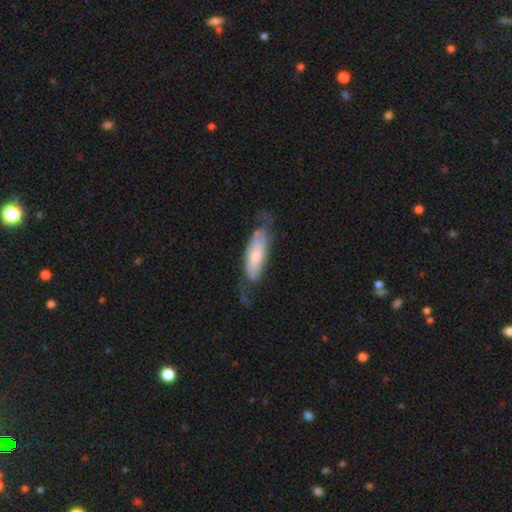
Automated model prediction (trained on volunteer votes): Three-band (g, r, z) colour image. It shows a smooth galaxy with no disk features (49%). Merging: none (48%).